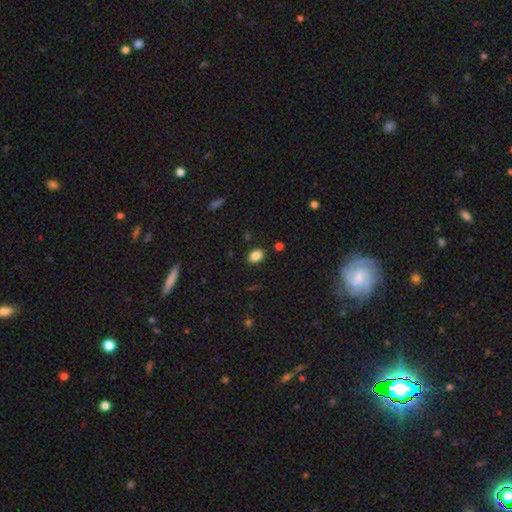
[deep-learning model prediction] smooth-or-featured: smooth: 85% | star or artifact: 10% | featured or disk: 5%
  how-rounded: in between: 76% | round: 23% | cigar-shaped: 1%
  merging: none: 86% | minor disturbance: 9% | merger: 2% | major disturbance: 2%